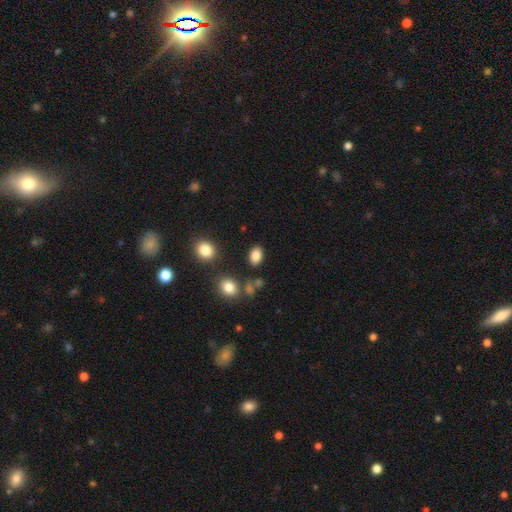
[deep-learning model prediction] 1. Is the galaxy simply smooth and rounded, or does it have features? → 84% smooth, 10% star or artifact, 6% featured or disk.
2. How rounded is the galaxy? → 77% in between, 22% round, 1% cigar-shaped.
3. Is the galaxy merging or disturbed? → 82% none, 10% minor disturbance, 5% merger, 3% major disturbance.